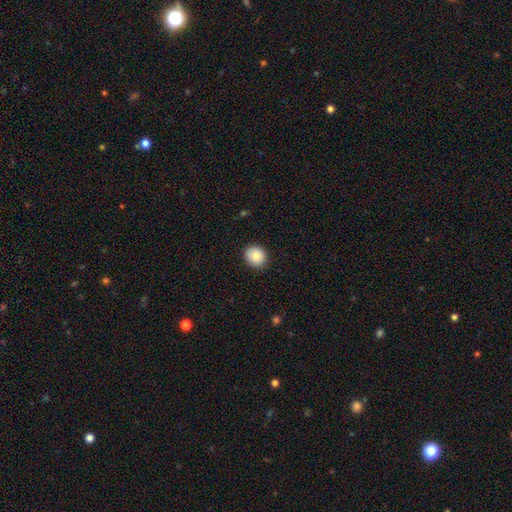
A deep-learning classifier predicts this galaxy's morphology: This appears to be a smooth galaxy with no disk features (85%) that is round (79%). Merging: none (89%).